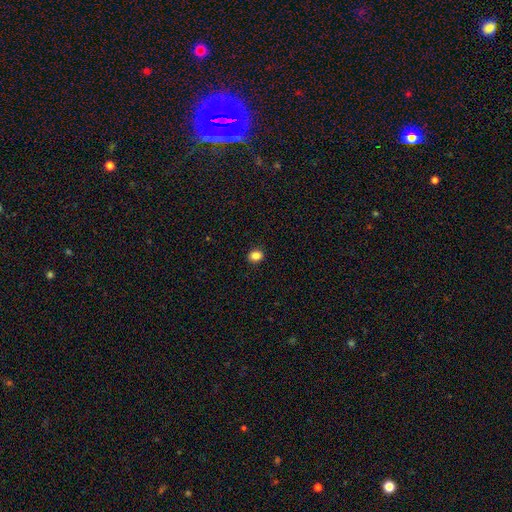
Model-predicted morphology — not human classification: Smooth or featured: smooth — 85% (star or artifact — 11%)
How rounded: round — 51% (in between — 48%)
Merging: none — 90% (minor disturbance — 7%)